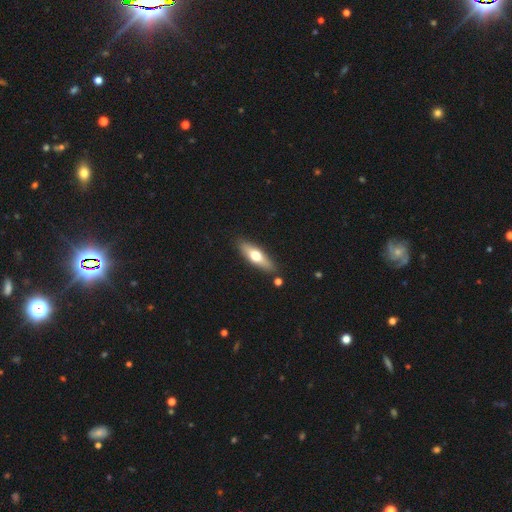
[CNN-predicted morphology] Smooth or featured? smooth (53%)
How rounded? cigar-shaped (56%)
Merging? none (84%)